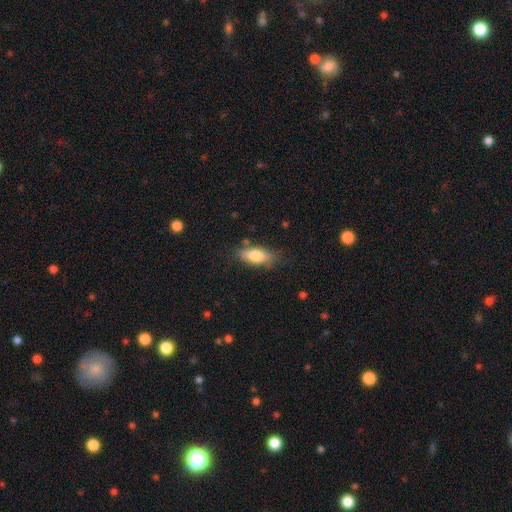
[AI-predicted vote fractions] Smooth or featured? smooth (77%)
How rounded? in between (79%)
Merging? none (75%)